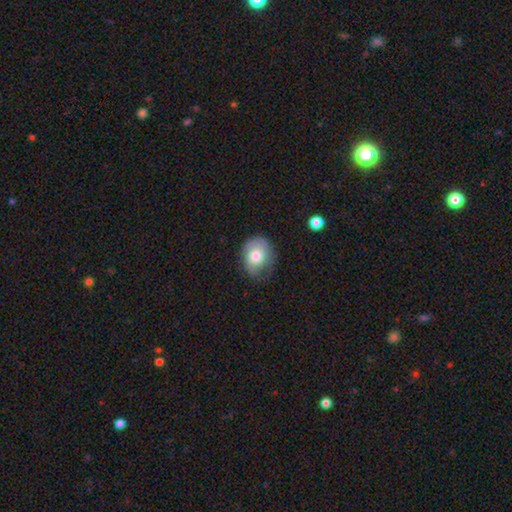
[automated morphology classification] smooth-or-featured: smooth: 71% | featured or disk: 21% | star or artifact: 8%
  how-rounded: round: 59% | in between: 40% | cigar-shaped: 1%
  merging: none: 57% | minor disturbance: 31% | major disturbance: 11% | merger: 2%